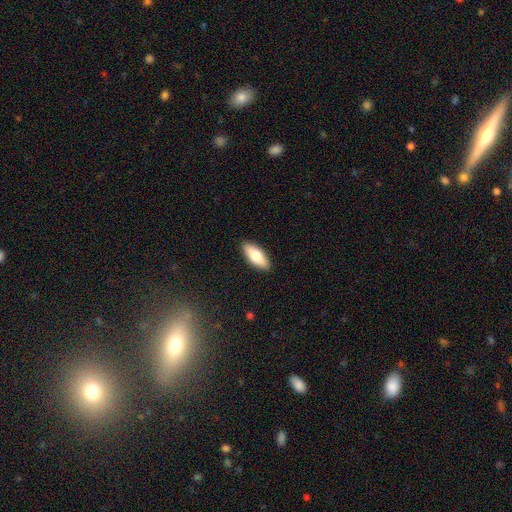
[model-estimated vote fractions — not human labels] smooth 76%, featured or disk 18%, star or artifact 6%. Down the decision tree: how rounded — in between (79%); merging — none (90%).